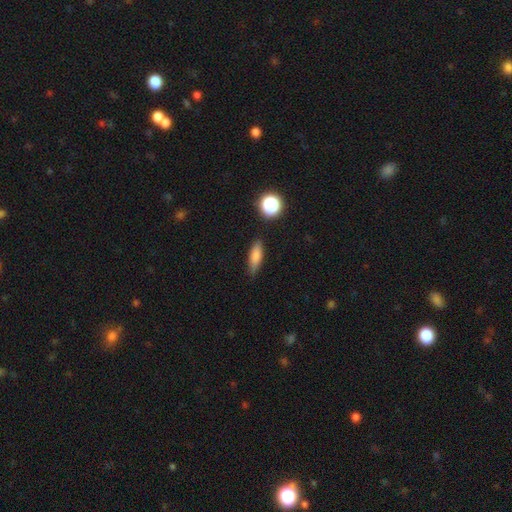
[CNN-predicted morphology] A smooth galaxy with no disk features (77%) that is cigar-shaped (49%). Merging: none (80%).